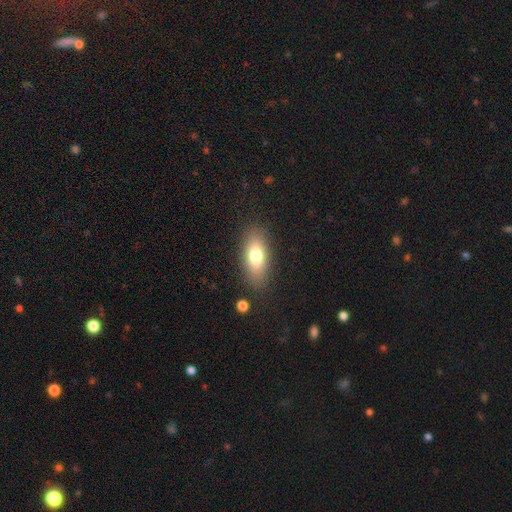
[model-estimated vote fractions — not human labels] A smooth galaxy with no disk features (74%) that is in between round and cigar-shaped (84%). Merging: none (84%).